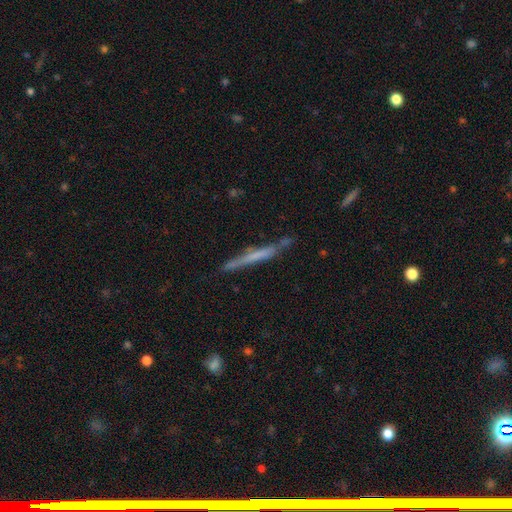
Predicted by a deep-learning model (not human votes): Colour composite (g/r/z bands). It shows a featured or disk galaxy (50%). Merging: none (77%).